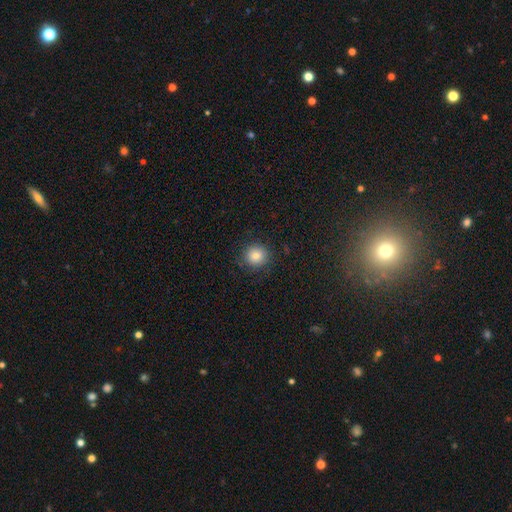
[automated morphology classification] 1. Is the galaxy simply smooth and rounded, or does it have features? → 82% smooth, 11% star or artifact, 7% featured or disk.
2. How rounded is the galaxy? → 91% round, 8% in between, 1% cigar-shaped.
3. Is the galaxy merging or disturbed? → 88% none, 8% minor disturbance, 3% major disturbance, 1% merger.